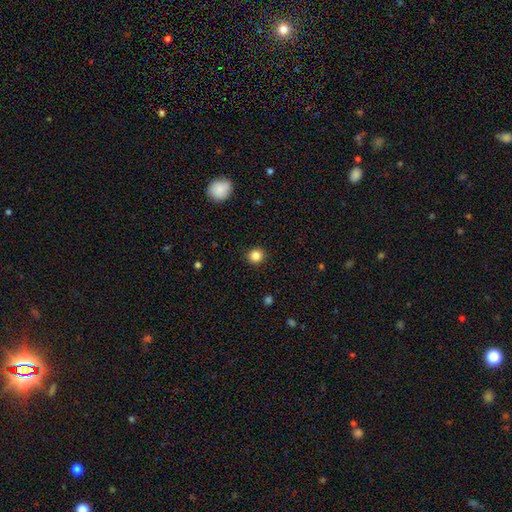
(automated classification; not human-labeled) This is clearly a smooth galaxy (85%). How rounded: clearly round (88%). Merging: clearly none (92%).